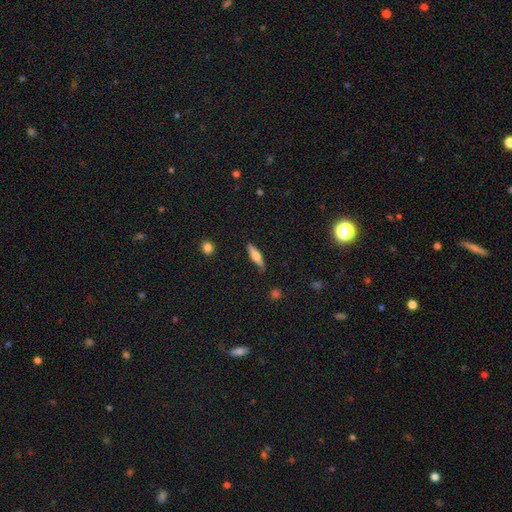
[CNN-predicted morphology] Overall: smooth (49%; featured or disk 45%). Merging: none (86%).